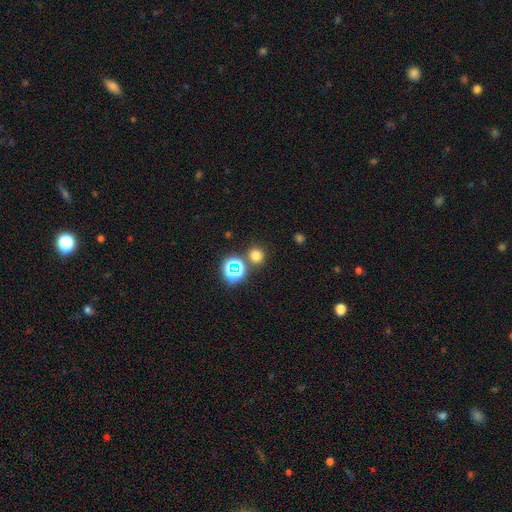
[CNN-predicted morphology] Q: Smooth or featured?
A: smooth (72%); runner-up: star or artifact (23%)
Q: How rounded?
A: round (87%); runner-up: in between (12%)
Q: Merging?
A: none (80%); runner-up: merger (10%)